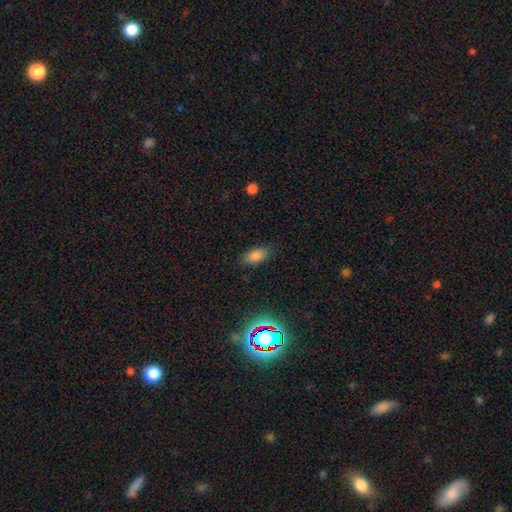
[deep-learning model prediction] smooth_or_featured: smooth (p=0.81) [alt: star or artifact p=0.13]
how_rounded: in between (p=0.89) [alt: cigar-shaped p=0.06]
merging: none (p=0.82) [alt: minor disturbance p=0.13]